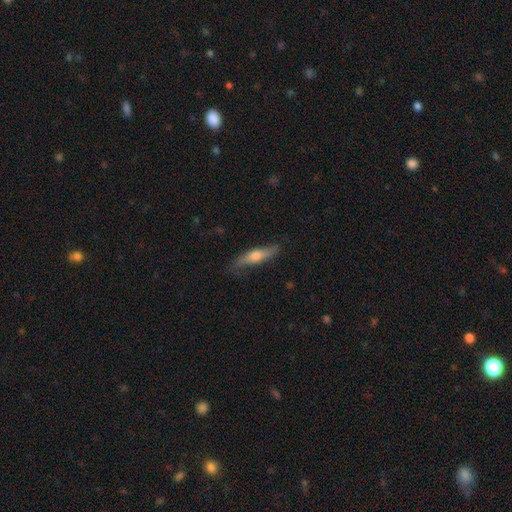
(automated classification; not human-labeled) The model was most divided on "smooth or featured": featured or disk: 52%, smooth: 42%, star or artifact: 6%. More confident: edge-on disk — yes (86%); merging — none (80%).